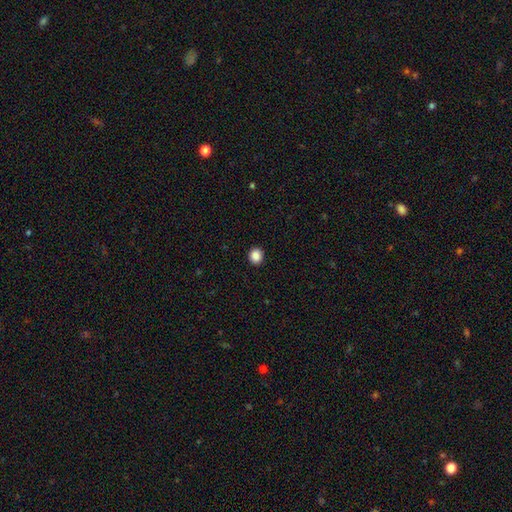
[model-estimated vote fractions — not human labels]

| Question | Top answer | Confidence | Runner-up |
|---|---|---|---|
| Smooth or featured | smooth | 87% | star or artifact (10%) |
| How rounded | round | 85% | in between (14%) |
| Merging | none | 93% | minor disturbance (5%) |